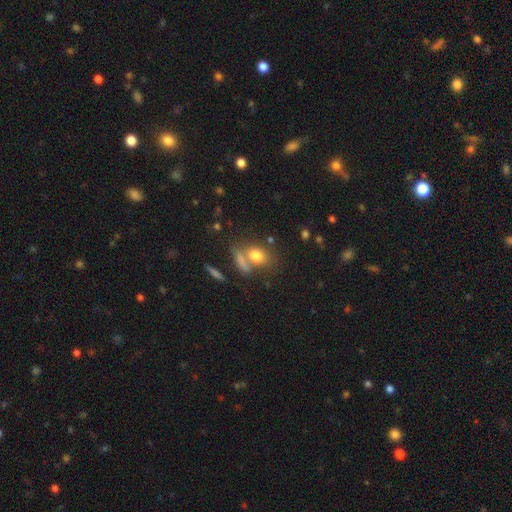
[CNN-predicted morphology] The model was most divided on "merging": none: 47%, merger: 33%, minor disturbance: 13%, major disturbance: 8%. More confident: smooth or featured — smooth (74%); how rounded — in between (69%).